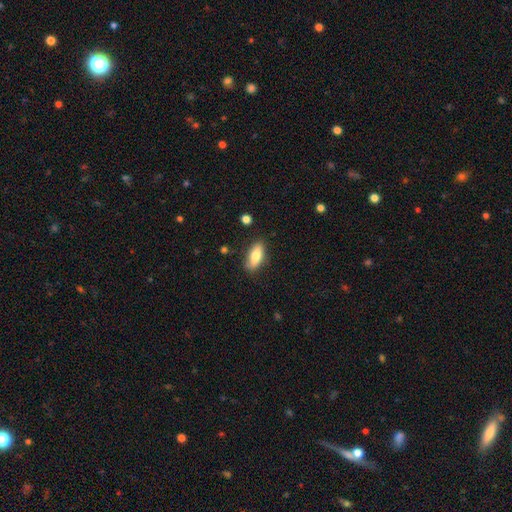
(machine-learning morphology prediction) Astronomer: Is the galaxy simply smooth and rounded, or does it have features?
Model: smooth — 77%.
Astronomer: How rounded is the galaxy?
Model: in between — 79%.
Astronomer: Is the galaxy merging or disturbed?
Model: none — 82%.